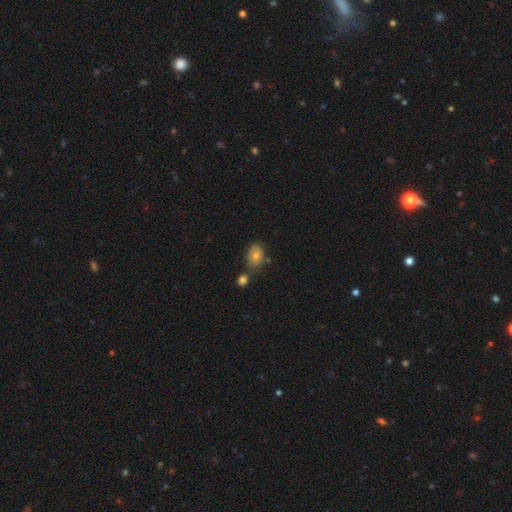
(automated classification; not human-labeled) Smooth or featured: smooth — 71% (featured or disk — 15%)
How rounded: in between — 70% (round — 29%)
Merging: none — 66% (minor disturbance — 16%)